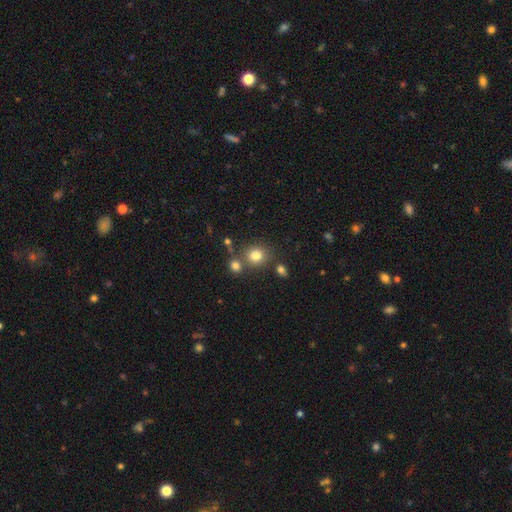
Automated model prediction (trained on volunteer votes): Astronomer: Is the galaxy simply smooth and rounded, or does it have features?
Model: smooth — 79%.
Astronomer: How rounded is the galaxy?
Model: round — 82%.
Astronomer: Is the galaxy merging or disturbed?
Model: none — 70%.